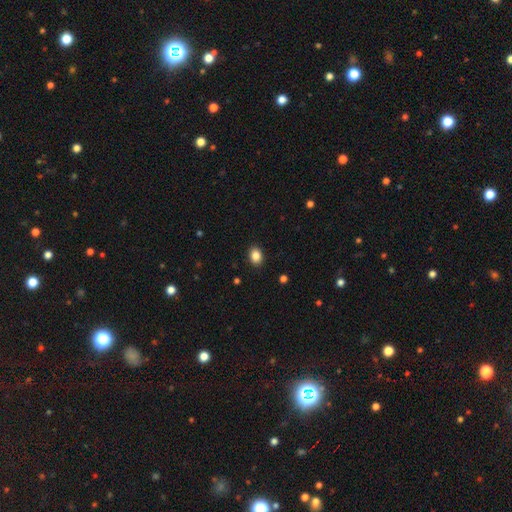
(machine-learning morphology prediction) smooth-or-featured: smooth: 86% | star or artifact: 9% | featured or disk: 4%
  how-rounded: in between: 63% | round: 36% | cigar-shaped: 1%
  merging: none: 90% | minor disturbance: 7% | major disturbance: 2% | merger: 1%